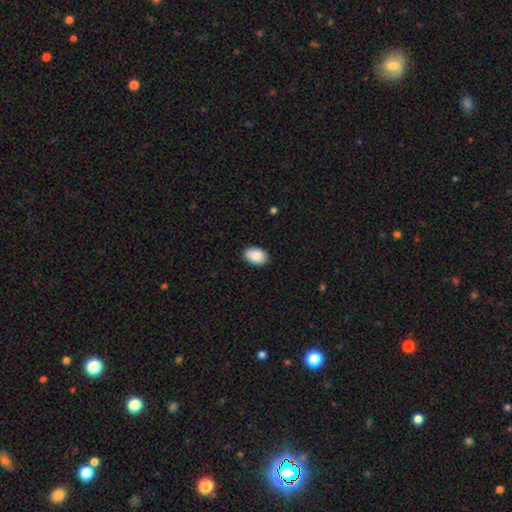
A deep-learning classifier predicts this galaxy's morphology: Smooth or featured? Predicted: smooth (p=0.89). How rounded? Predicted: in between (p=0.88). Merging? Predicted: none (p=0.88).